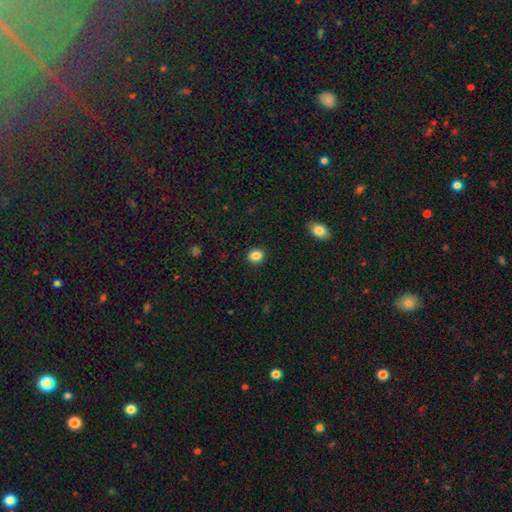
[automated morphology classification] smooth-or-featured: smooth: 85% | star or artifact: 10% | featured or disk: 4%
  how-rounded: round: 69% | in between: 30% | cigar-shaped: 1%
  merging: none: 91% | minor disturbance: 6% | major disturbance: 2% | merger: 1%